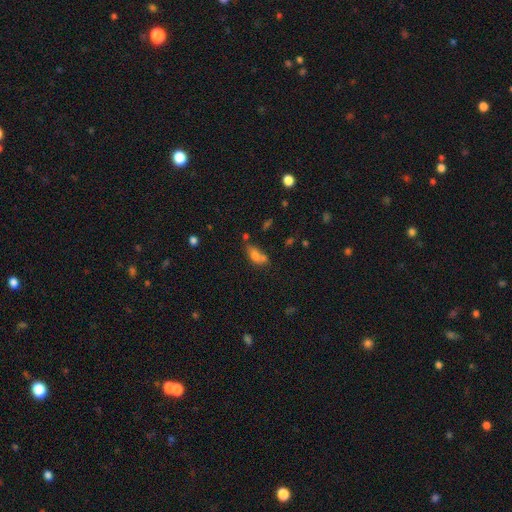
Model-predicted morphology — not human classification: Smooth or featured? smooth (70%)
How rounded? in between (78%)
Merging? none (39%)